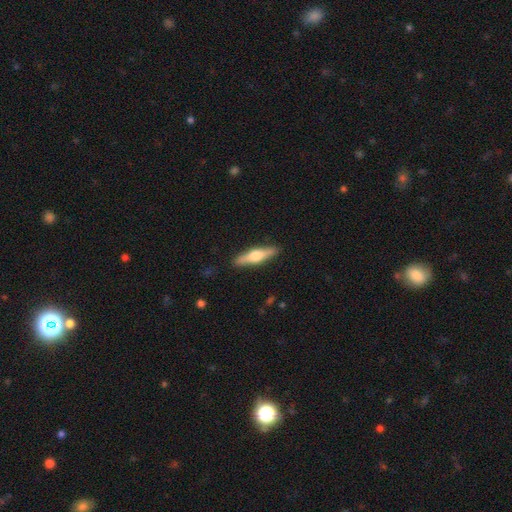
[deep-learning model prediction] Overall: featured or disk (55%; smooth 40%). Edge-on disk: yes (95%). Edge-on bulge: rounded (93%). Merging: none (90%).